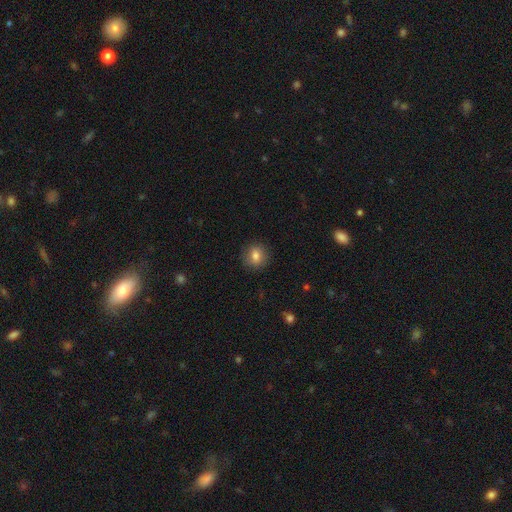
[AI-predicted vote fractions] smooth 80%, star or artifact 10%, featured or disk 10%. Down the decision tree: how rounded — round (81%); merging — none (89%).